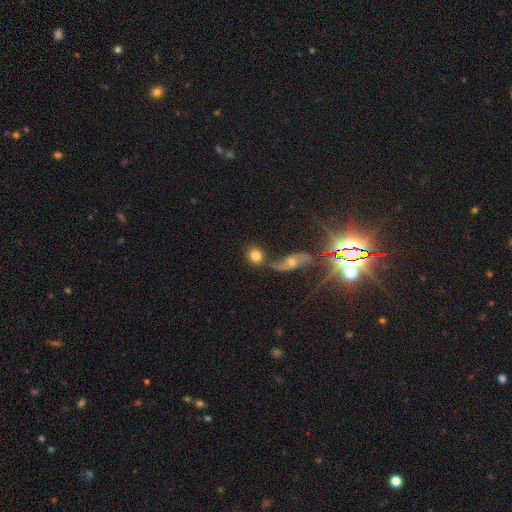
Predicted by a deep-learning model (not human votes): Morphology: type=smooth (77%); roundness=round (75%); merging=none (56%).